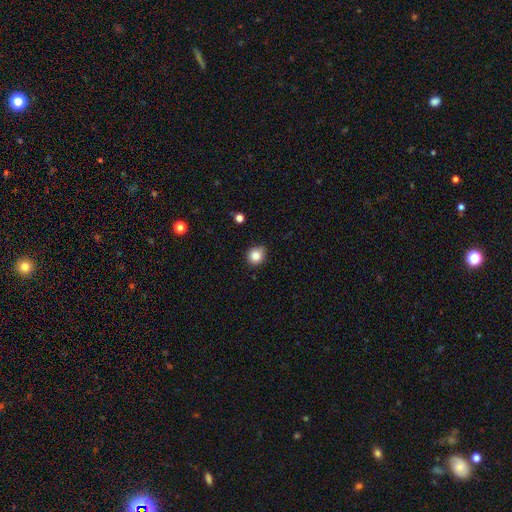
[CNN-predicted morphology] A smooth galaxy with no disk features (83%) that is round (83%).

Vote fractions:
- Smooth or featured? smooth: 83% / star or artifact: 11% / featured or disk: 6%
- How rounded? round: 83% / in between: 16% / cigar-shaped: 1%
- Merging? none: 82% / minor disturbance: 14% / major disturbance: 2% / merger: 1%